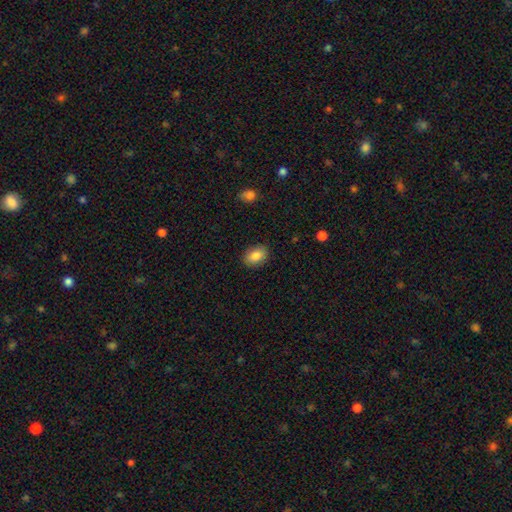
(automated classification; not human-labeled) The model was most divided on "how rounded": in between: 85%, round: 14%, cigar-shaped: 1%. More confident: merging — none (87%); smooth or featured — smooth (86%).